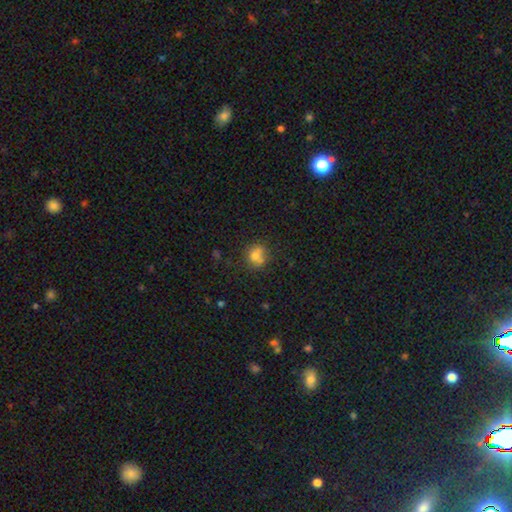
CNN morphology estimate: smooth 71%, star or artifact 15%, featured or disk 14%. Down the decision tree: how rounded — round (77%); merging — none (55%).